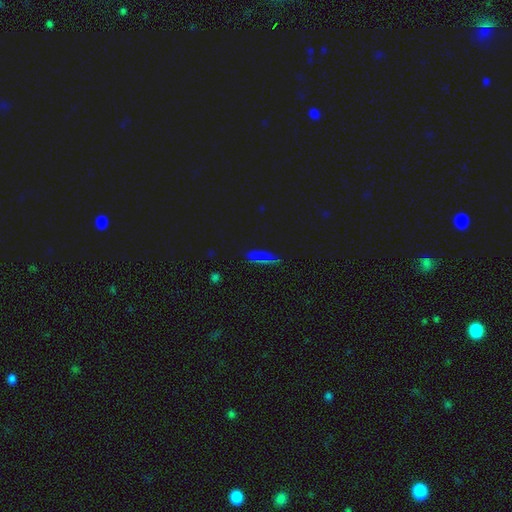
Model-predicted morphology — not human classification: Overall: star or artifact (51%; smooth 37%).